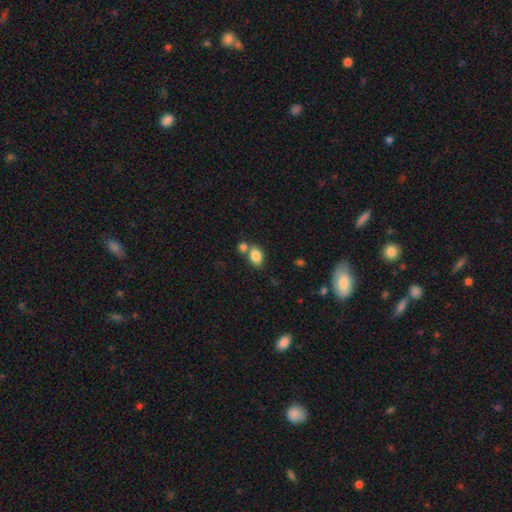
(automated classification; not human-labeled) smooth_or_featured: smooth (p=0.84) [alt: star or artifact p=0.09]
how_rounded: in between (p=0.69) [alt: round p=0.30]
merging: none (p=0.54) [alt: merger p=0.31]